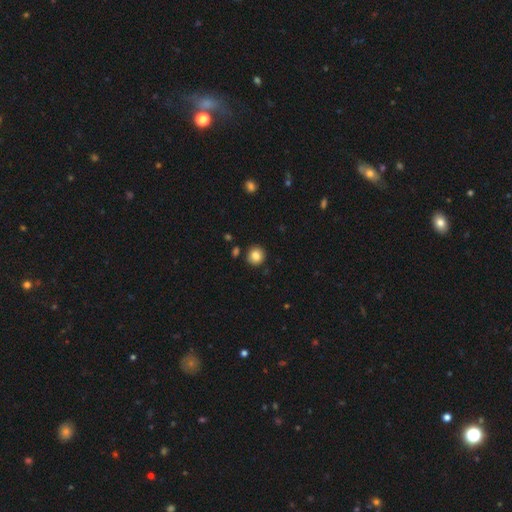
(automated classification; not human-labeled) Smooth or featured?
  - smooth: 85% *
  - star or artifact: 9%
  - featured or disk: 5%
How rounded?
  - round: 90% *
  - in between: 9%
  - cigar-shaped: 1%
Merging?
  - none: 88% *
  - minor disturbance: 7%
  - merger: 2%
  - major disturbance: 2%